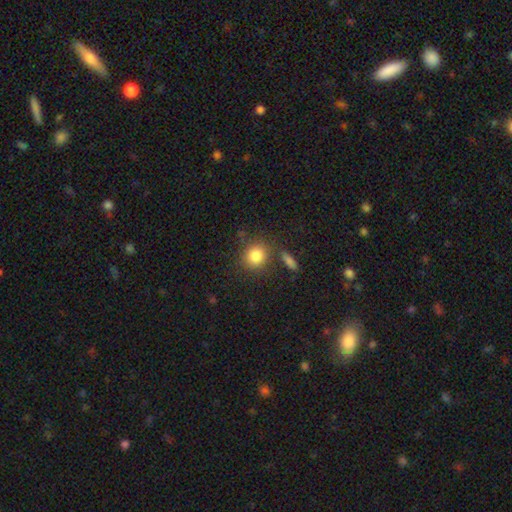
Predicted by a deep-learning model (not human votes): This is clearly a smooth galaxy (84%). How rounded: likely round (80%). Merging: likely none (76%).